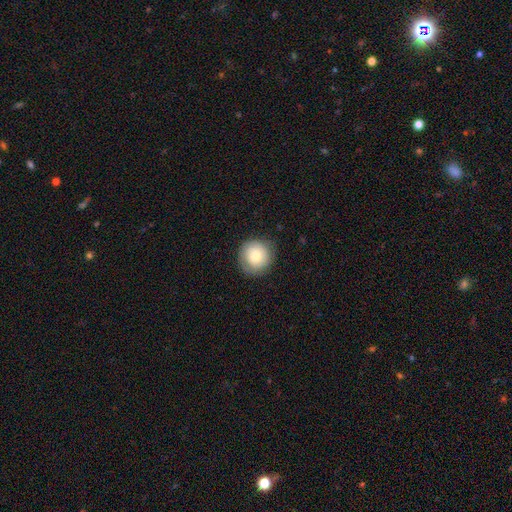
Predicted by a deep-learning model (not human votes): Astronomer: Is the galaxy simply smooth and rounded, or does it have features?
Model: smooth — 72%.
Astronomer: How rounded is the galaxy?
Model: round — 93%.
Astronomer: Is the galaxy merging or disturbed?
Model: none — 81%.